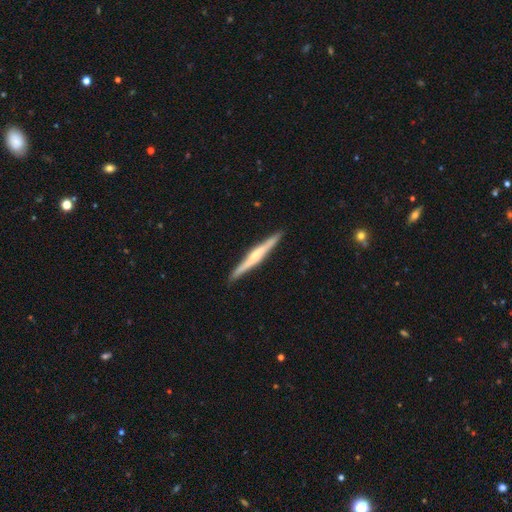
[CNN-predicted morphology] smooth_or_featured: featured or disk (p=0.67) [alt: smooth p=0.27]
disk_edge_on: yes (p=0.98) [alt: no p=0.02]
edge_on_bulge: rounded (p=0.61) [alt: none p=0.22]
merging: none (p=0.91) [alt: minor disturbance p=0.07]